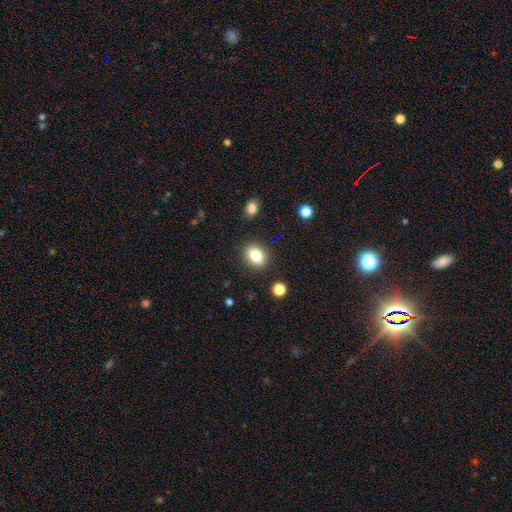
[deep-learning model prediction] smooth-or-featured: smooth: 82% | star or artifact: 10% | featured or disk: 8%
  how-rounded: in between: 57% | round: 42% | cigar-shaped: 1%
  merging: none: 87% | minor disturbance: 8% | major disturbance: 3% | merger: 2%